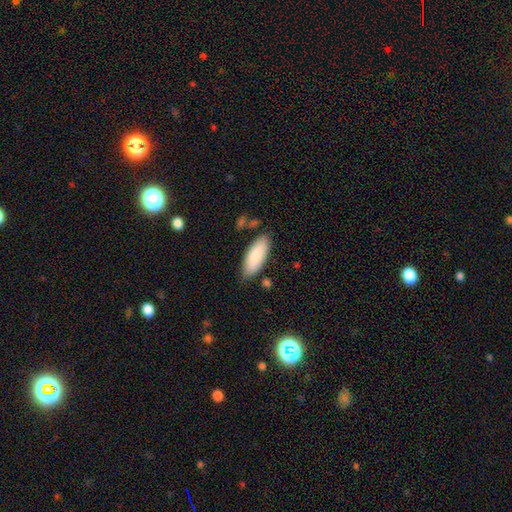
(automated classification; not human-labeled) A smooth galaxy with no disk features (85%) that is in between round and cigar-shaped (79%).

Vote fractions:
- Smooth or featured? smooth: 85% / featured or disk: 9% / star or artifact: 5%
- How rounded? in between: 79% / cigar-shaped: 19% / round: 2%
- Merging? none: 81% / minor disturbance: 14% / merger: 3% / major disturbance: 3%